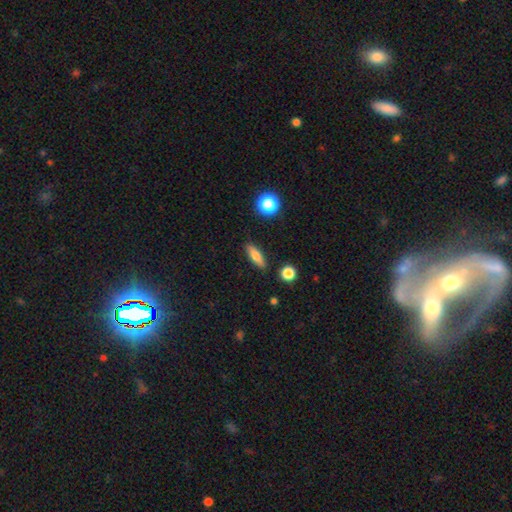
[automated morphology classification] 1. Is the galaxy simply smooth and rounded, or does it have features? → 68% smooth, 23% featured or disk, 8% star or artifact.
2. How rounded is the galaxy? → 53% cigar-shaped, 42% in between, 5% round.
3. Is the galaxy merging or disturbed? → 87% none, 9% minor disturbance, 2% major disturbance, 2% merger.